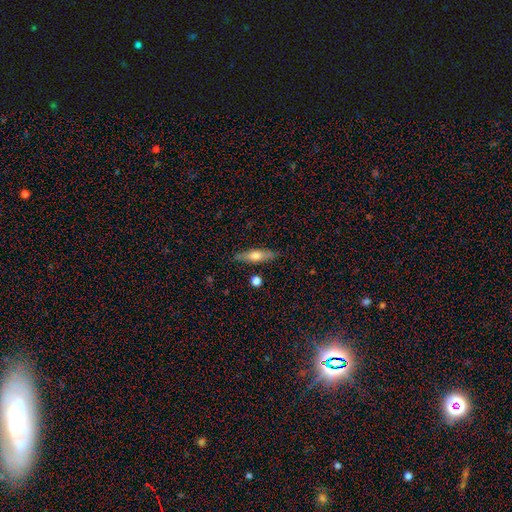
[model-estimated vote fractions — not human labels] A smooth galaxy with no disk features (55%) that is cigar-shaped (68%). Merging: none (83%).